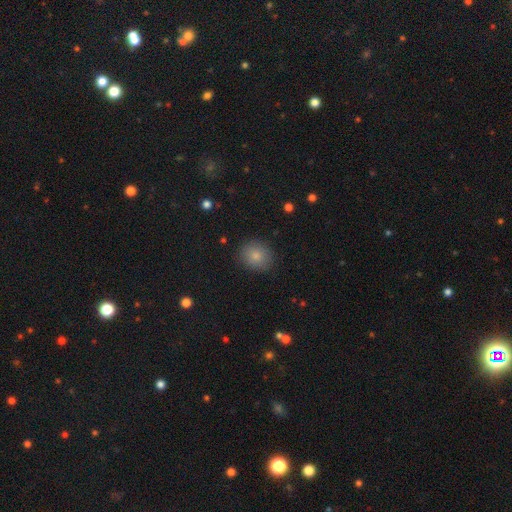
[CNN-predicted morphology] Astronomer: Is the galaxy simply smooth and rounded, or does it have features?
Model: smooth — 83%.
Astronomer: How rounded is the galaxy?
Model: round — 70%.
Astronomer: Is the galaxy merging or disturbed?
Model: none — 87%.